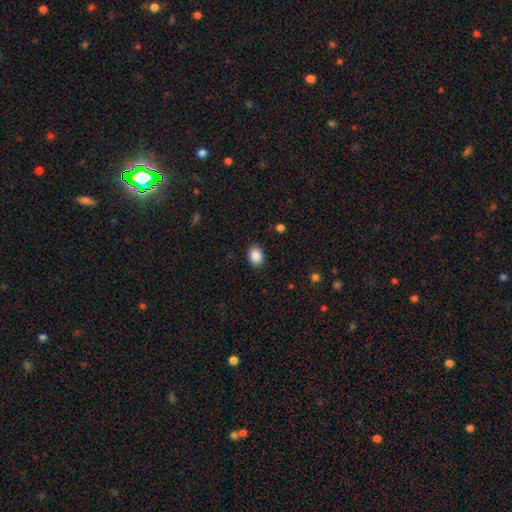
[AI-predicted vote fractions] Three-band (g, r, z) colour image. It shows a smooth galaxy with no disk features (88%) that is in between round and cigar-shaped (59%). Merging: none (88%).